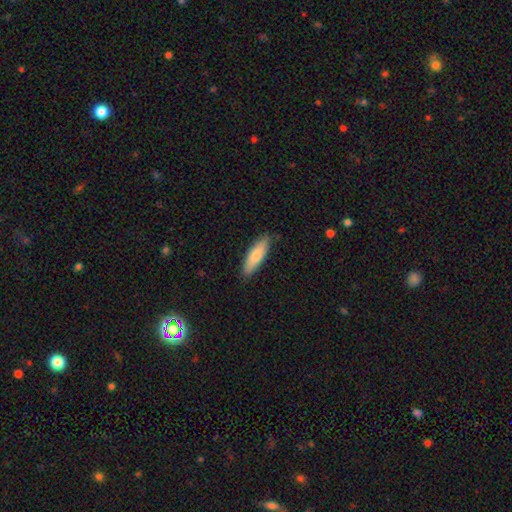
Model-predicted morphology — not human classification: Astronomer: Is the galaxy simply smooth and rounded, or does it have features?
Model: smooth — 77%.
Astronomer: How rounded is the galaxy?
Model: cigar-shaped — 54% (runner-up: in between, 45%).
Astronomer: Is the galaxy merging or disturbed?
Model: none — 86%.